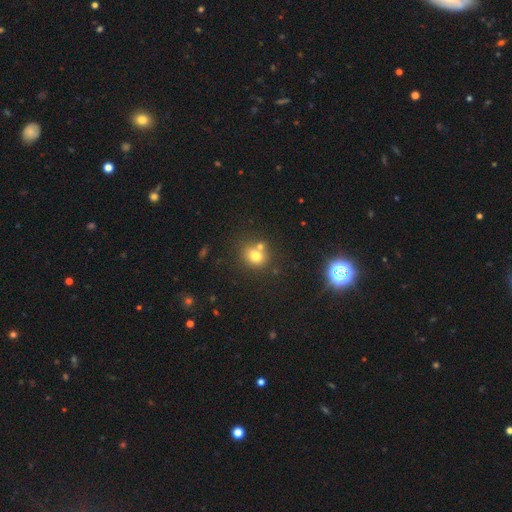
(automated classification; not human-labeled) smooth_or_featured: smooth (p=0.74) [alt: star or artifact p=0.14]
how_rounded: round (p=0.70) [alt: in between p=0.29]
merging: none (p=0.60) [alt: merger p=0.24]